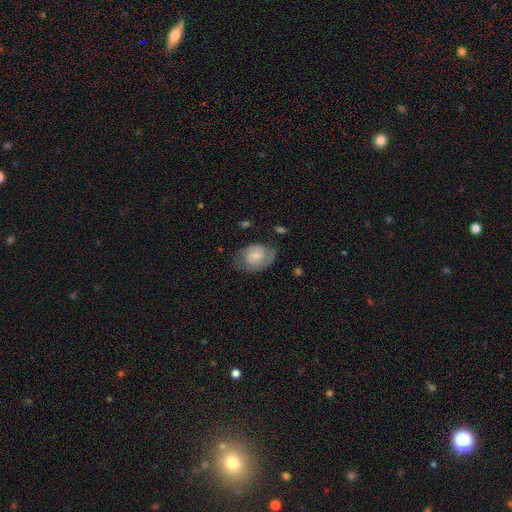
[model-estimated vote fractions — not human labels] Smooth or featured? Predicted: smooth (p=0.52). How rounded? Predicted: in between (p=0.71). Merging? Predicted: none (p=0.56).